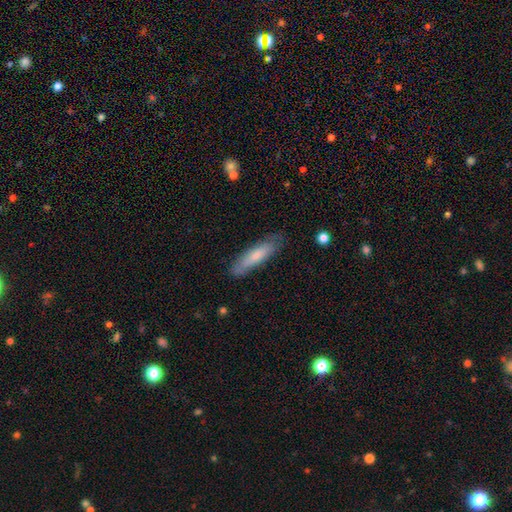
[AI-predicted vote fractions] smooth-or-featured: smooth: 70% | featured or disk: 25% | star or artifact: 6%
  how-rounded: cigar-shaped: 74% | in between: 24% | round: 1%
  merging: none: 80% | minor disturbance: 15% | major disturbance: 3% | merger: 2%